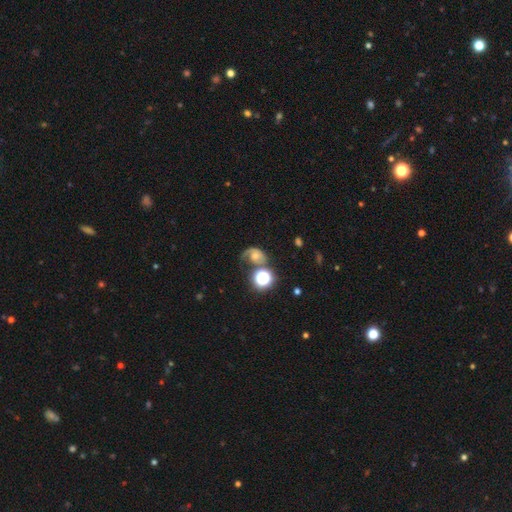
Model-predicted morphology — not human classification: This appears to be a featured or disk galaxy (46%). Merging: major disturbance (33%).